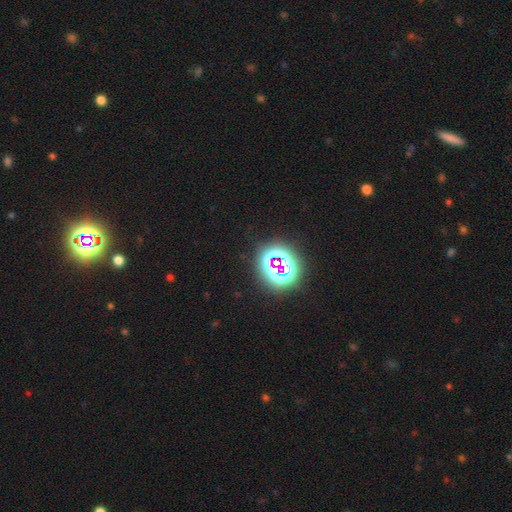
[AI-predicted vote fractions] A star or artifact, not a galaxy (81%).

Vote fractions:
- Smooth or featured? star or artifact: 81% / smooth: 13% / featured or disk: 6%